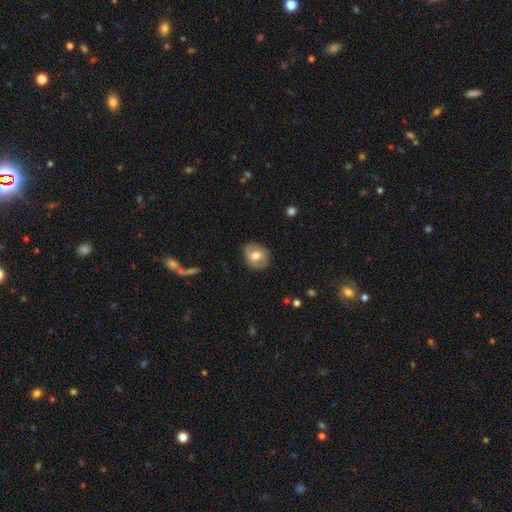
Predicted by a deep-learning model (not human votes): Smooth or featured? Predicted: smooth (p=0.63). How rounded? Predicted: round (p=0.63). Merging? Predicted: none (p=0.81).